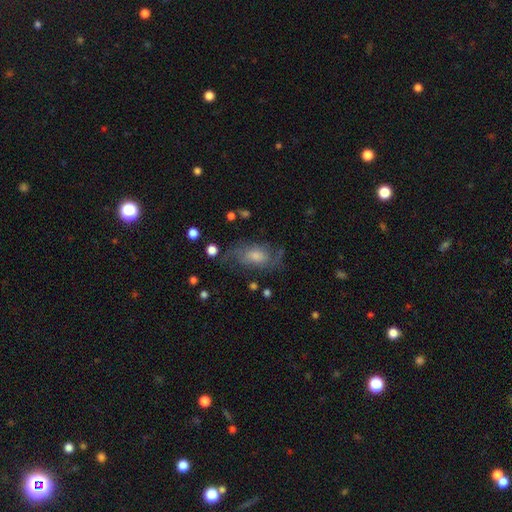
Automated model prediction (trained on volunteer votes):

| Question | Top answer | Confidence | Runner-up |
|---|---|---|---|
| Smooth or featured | featured or disk | 62% | smooth (26%) |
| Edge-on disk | no | 93% | yes (7%) |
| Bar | no | 68% | weak (27%) |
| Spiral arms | yes | 84% | no (16%) |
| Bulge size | moderate | 42% | small (30%) |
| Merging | none | 65% | minor disturbance (20%) |